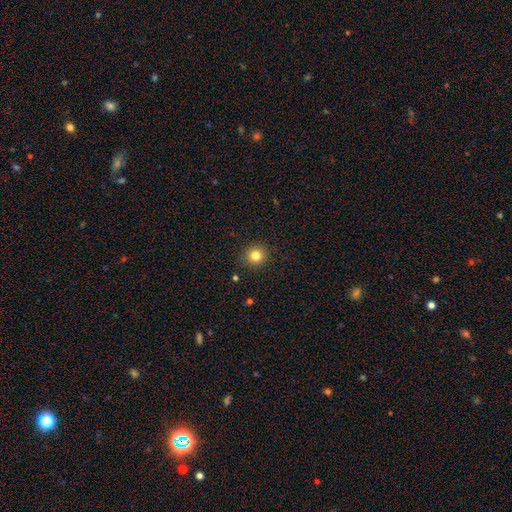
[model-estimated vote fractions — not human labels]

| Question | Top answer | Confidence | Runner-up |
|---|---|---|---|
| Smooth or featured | smooth | 82% | star or artifact (12%) |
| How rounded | round | 93% | in between (6%) |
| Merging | none | 91% | minor disturbance (6%) |